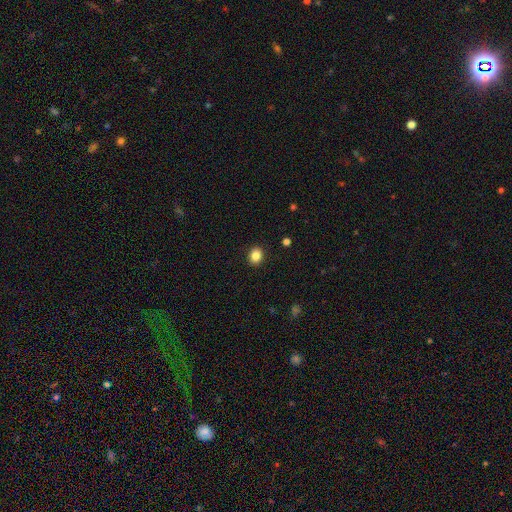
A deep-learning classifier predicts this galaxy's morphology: type=smooth (86%); roundness=round (55%); merging=none (91%).